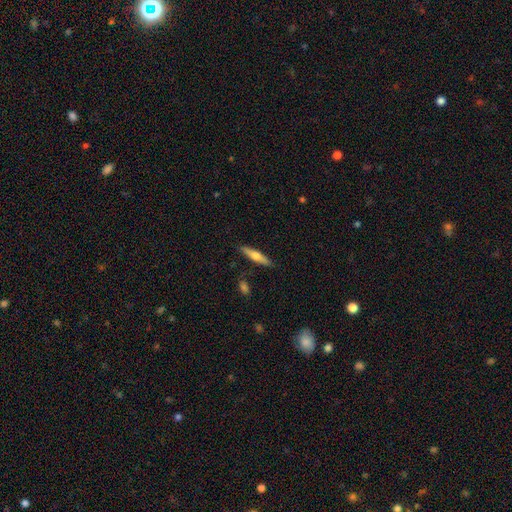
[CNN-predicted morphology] Overall: featured or disk (50%; smooth 45%). Merging: none (87%).